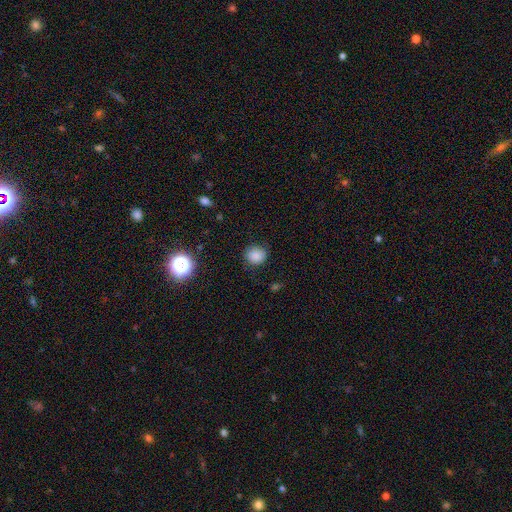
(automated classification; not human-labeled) Smooth or featured?
  - smooth: 84% *
  - star or artifact: 12%
  - featured or disk: 4%
How rounded?
  - round: 83% *
  - in between: 16%
  - cigar-shaped: 1%
Merging?
  - none: 83% *
  - minor disturbance: 12%
  - major disturbance: 3%
  - merger: 1%